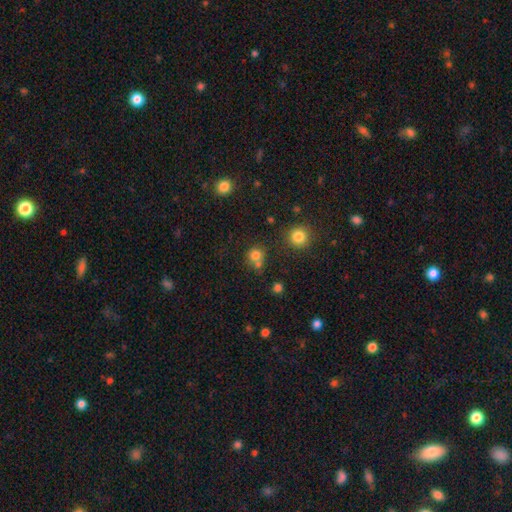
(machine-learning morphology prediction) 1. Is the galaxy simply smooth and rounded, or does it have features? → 76% smooth, 16% star or artifact, 9% featured or disk.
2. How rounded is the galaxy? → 85% round, 14% in between, 1% cigar-shaped.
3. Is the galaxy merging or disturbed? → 55% none, 31% merger, 10% minor disturbance, 4% major disturbance.